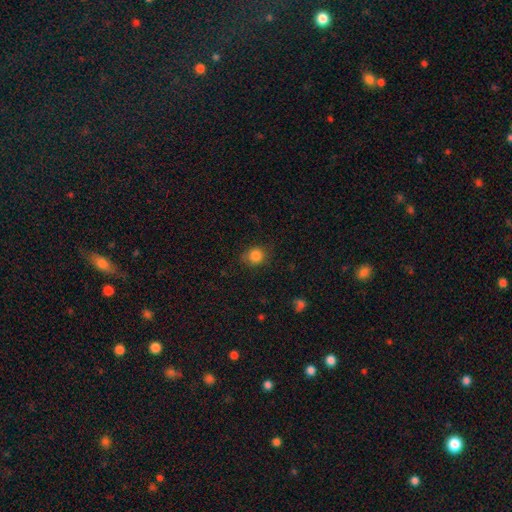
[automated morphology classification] A smooth galaxy with no disk features (84%) that is round (79%).

Vote fractions:
- Smooth or featured? smooth: 84% / star or artifact: 11% / featured or disk: 5%
- How rounded? round: 79% / in between: 20% / cigar-shaped: 1%
- Merging? none: 79% / minor disturbance: 15% / major disturbance: 4% / merger: 1%